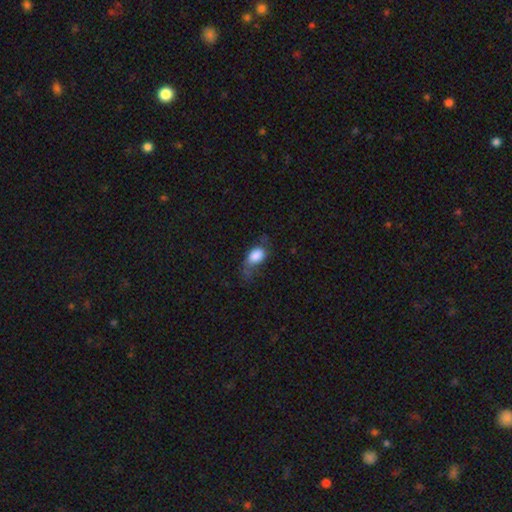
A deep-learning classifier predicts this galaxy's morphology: type=smooth (81%); roundness=in between (87%); merging=major disturbance (35%).